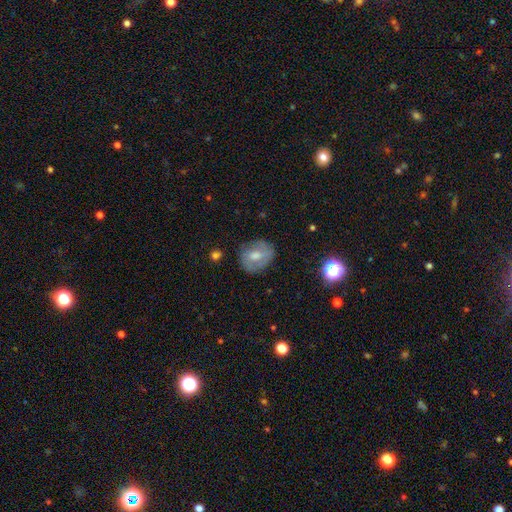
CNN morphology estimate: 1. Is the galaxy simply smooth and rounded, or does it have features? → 45% featured or disk, 43% smooth, 11% star or artifact.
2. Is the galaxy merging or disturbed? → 74% none, 18% minor disturbance, 7% major disturbance, 2% merger.